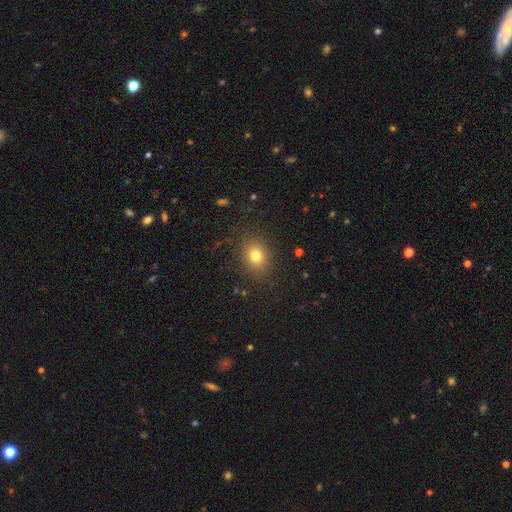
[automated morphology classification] A smooth galaxy with no disk features (77%) that is round (62%).

Vote fractions:
- Smooth or featured? smooth: 77% / star or artifact: 14% / featured or disk: 9%
- How rounded? round: 62% / in between: 37% / cigar-shaped: 1%
- Merging? none: 85% / minor disturbance: 9% / major disturbance: 4% / merger: 1%